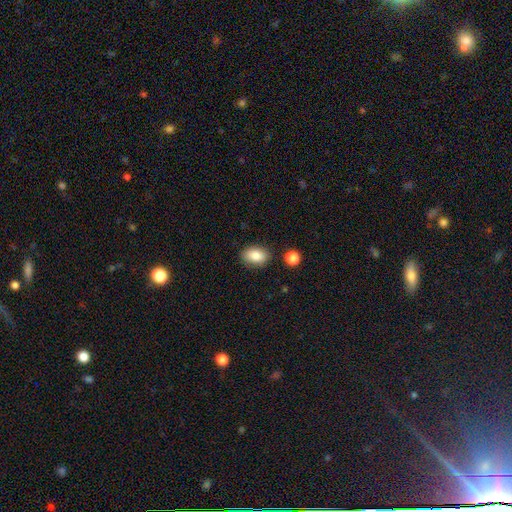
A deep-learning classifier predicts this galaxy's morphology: This appears to be a smooth galaxy with no disk features (85%) that is in between round and cigar-shaped (84%). Merging: none (83%).